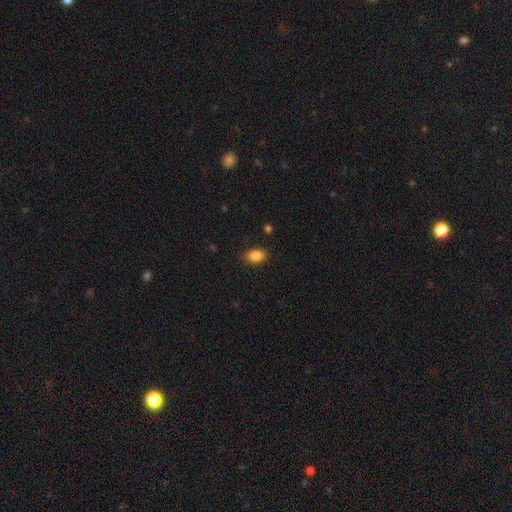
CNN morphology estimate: type=smooth (86%); roundness=in between (86%); merging=none (84%).